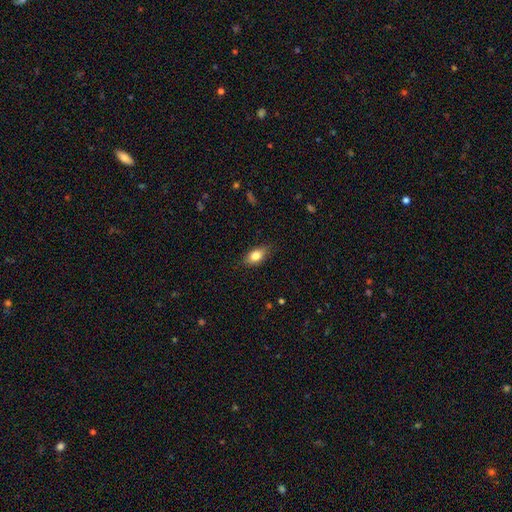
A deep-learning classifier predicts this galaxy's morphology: This appears to be a smooth galaxy with no disk features (80%) that is in between round and cigar-shaped (83%). Merging: none (81%).